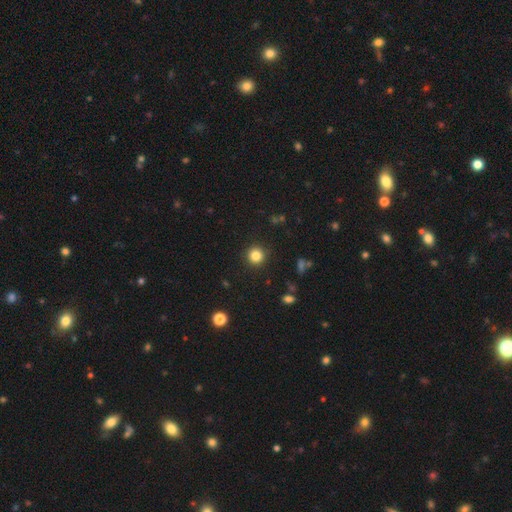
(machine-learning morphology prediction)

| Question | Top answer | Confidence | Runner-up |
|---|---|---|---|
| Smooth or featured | smooth | 83% | star or artifact (12%) |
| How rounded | round | 94% | in between (5%) |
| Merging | none | 91% | minor disturbance (6%) |